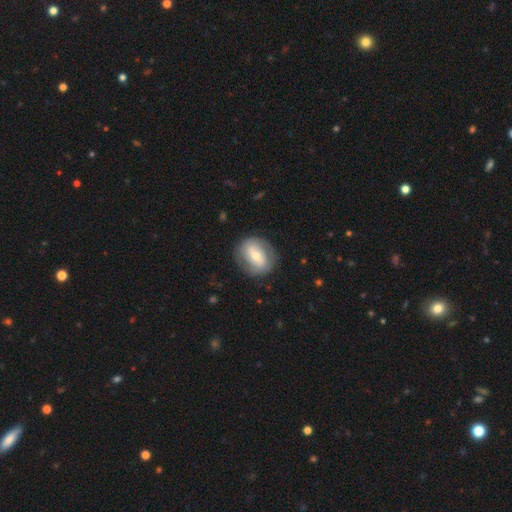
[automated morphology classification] A featured or disk galaxy (47%). Merging: none (78%).